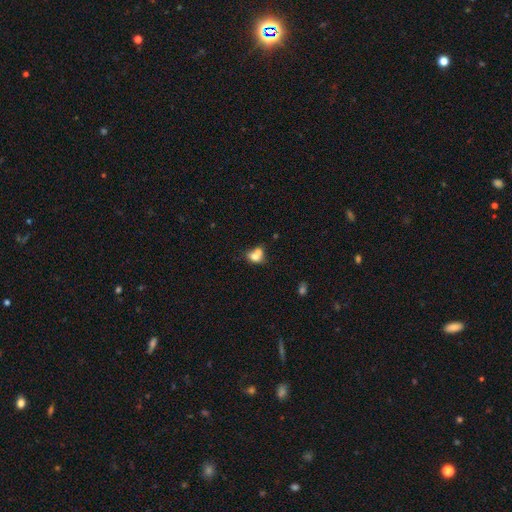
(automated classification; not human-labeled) Q: Smooth or featured?
A: smooth (71%); runner-up: featured or disk (19%)
Q: How rounded?
A: in between (51%); runner-up: round (48%)
Q: Merging?
A: merger (63%); runner-up: none (24%)